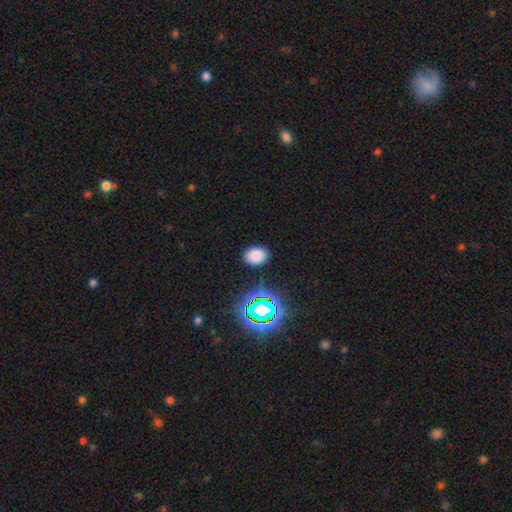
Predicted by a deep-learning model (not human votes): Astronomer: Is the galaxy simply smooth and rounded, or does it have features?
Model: smooth — 78%.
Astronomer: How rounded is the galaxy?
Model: in between — 73%.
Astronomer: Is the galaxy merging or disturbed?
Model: none — 88%.